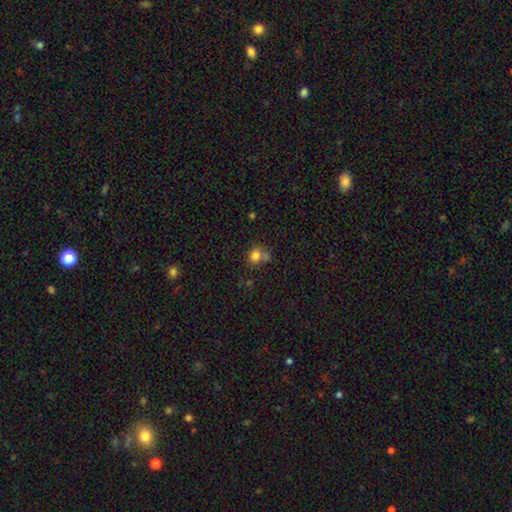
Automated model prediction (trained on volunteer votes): Overall: smooth (79%). How rounded: round (69%; in between 30%). Merging: none (49%; merger 27%).